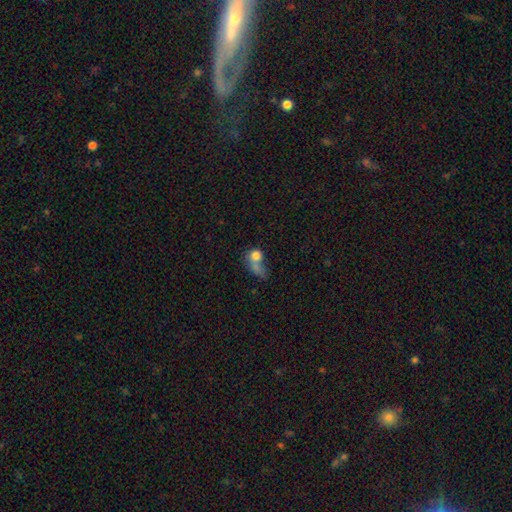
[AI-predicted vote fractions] Q: Smooth or featured?
A: smooth (73%); runner-up: featured or disk (17%)
Q: How rounded?
A: round (66%); runner-up: in between (32%)
Q: Merging?
A: merger (47%); runner-up: major disturbance (22%)